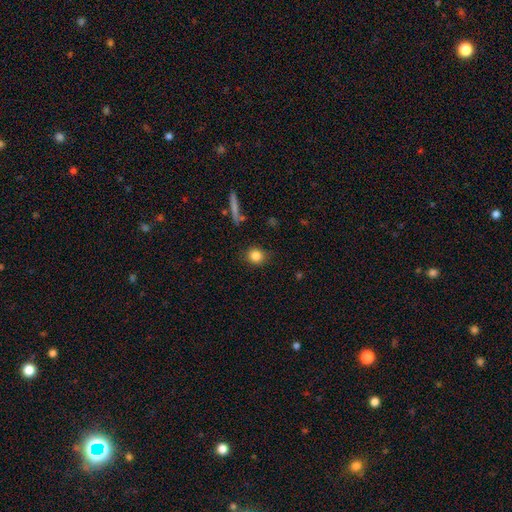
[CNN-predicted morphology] A smooth galaxy with no disk features (84%) that is round (81%). Merging: none (85%).